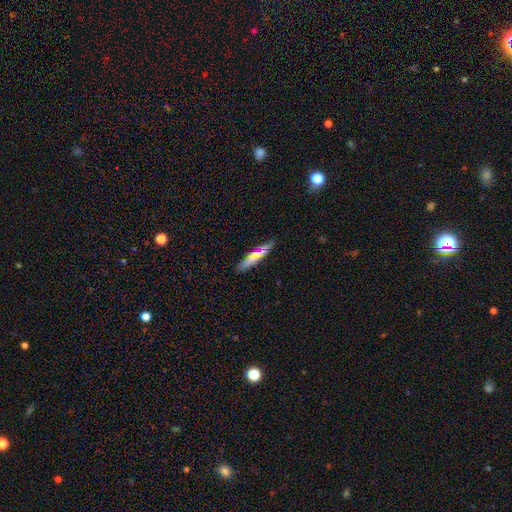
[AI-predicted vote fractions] This is likely a smooth galaxy (65%). How rounded: likely cigar-shaped (61%). Merging: clearly none (85%).